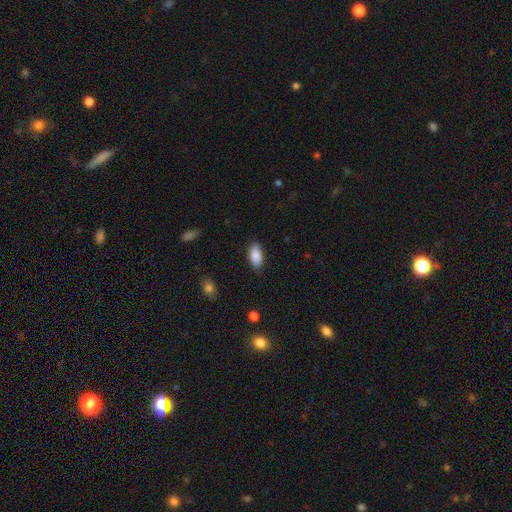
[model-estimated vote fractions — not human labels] Smooth or featured?
  - smooth: 88% *
  - star or artifact: 6%
  - featured or disk: 6%
How rounded?
  - in between: 91% *
  - cigar-shaped: 7%
  - round: 2%
Merging?
  - none: 85% *
  - minor disturbance: 11%
  - major disturbance: 2%
  - merger: 1%